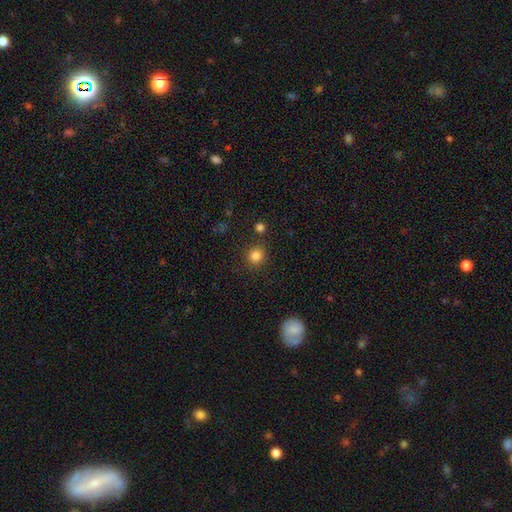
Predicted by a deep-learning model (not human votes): Q: Smooth or featured?
A: smooth (83%); runner-up: star or artifact (12%)
Q: How rounded?
A: round (89%); runner-up: in between (10%)
Q: Merging?
A: none (86%); runner-up: minor disturbance (7%)